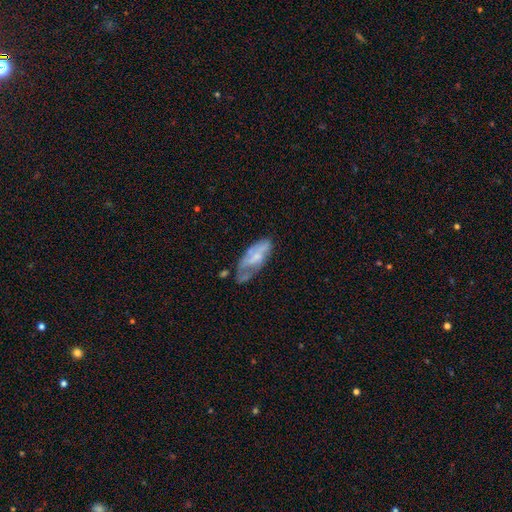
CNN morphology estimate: Smooth or featured? featured or disk (52%)
Edge-on disk? no (87%)
Merging? none (40%)